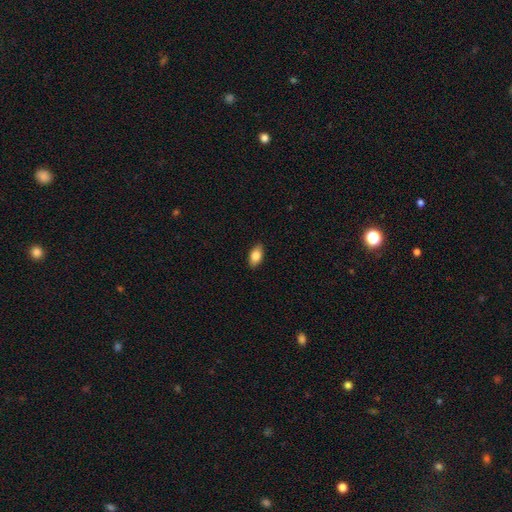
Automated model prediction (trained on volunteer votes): smooth_or_featured: smooth (p=0.83) [alt: featured or disk p=0.10]
how_rounded: in between (p=0.91) [alt: round p=0.05]
merging: none (p=0.89) [alt: minor disturbance p=0.09]